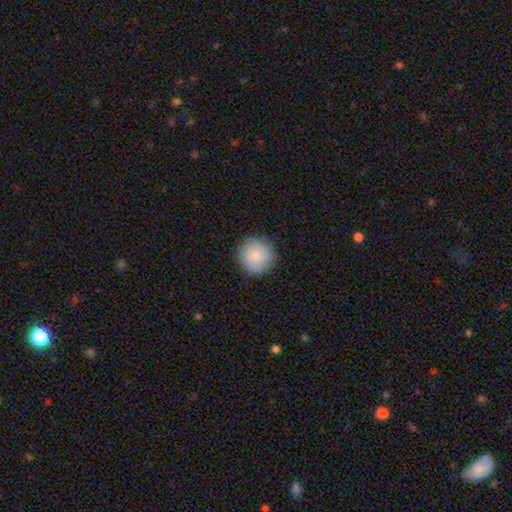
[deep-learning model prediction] Smooth or featured?
  - smooth: 83% *
  - featured or disk: 9%
  - star or artifact: 7%
How rounded?
  - round: 95% *
  - in between: 4%
  - cigar-shaped: 1%
Merging?
  - none: 89% *
  - minor disturbance: 8%
  - major disturbance: 2%
  - merger: 1%